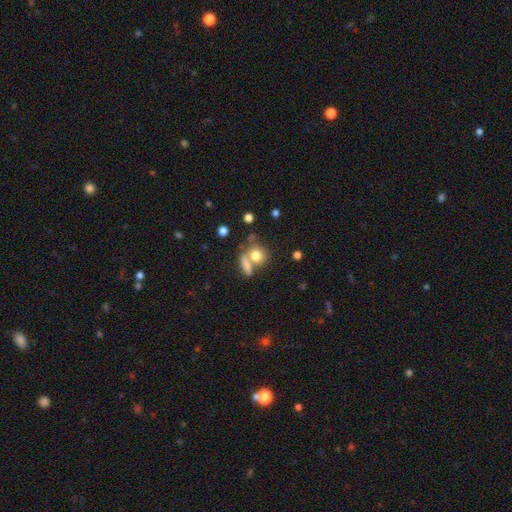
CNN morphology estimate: Smooth or featured? Predicted: smooth (p=0.77). How rounded? Predicted: round (p=0.67). Merging? Predicted: none (p=0.46).